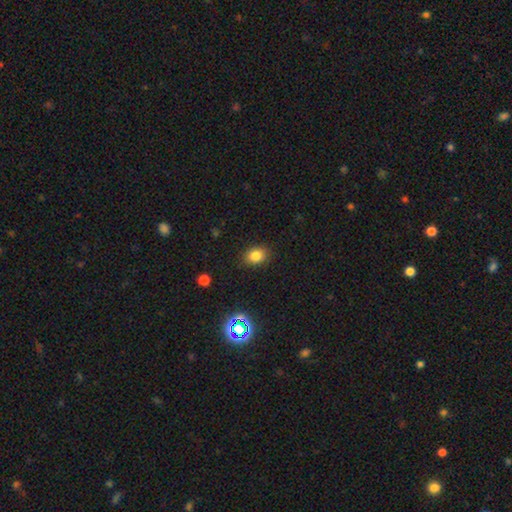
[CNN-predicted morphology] Smooth or featured? smooth (81%)
How rounded? in between (65%)
Merging? none (86%)